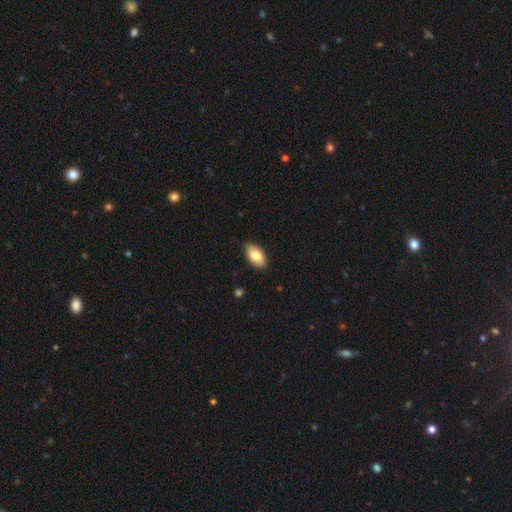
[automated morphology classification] Smooth or featured? smooth (83%)
How rounded? in between (95%)
Merging? none (89%)